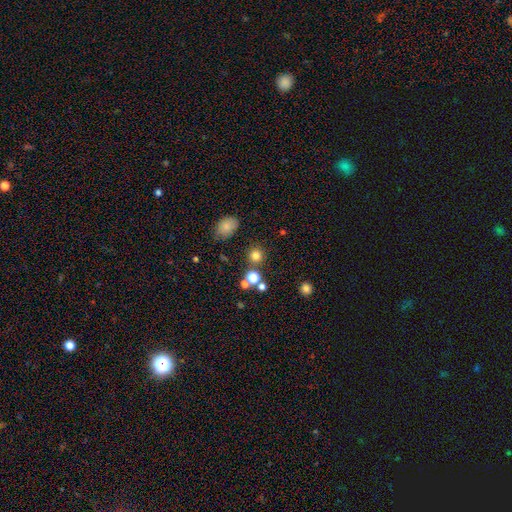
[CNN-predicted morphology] smooth 77%, star or artifact 16%, featured or disk 7%. Down the decision tree: how rounded — round (90%); merging — none (78%).